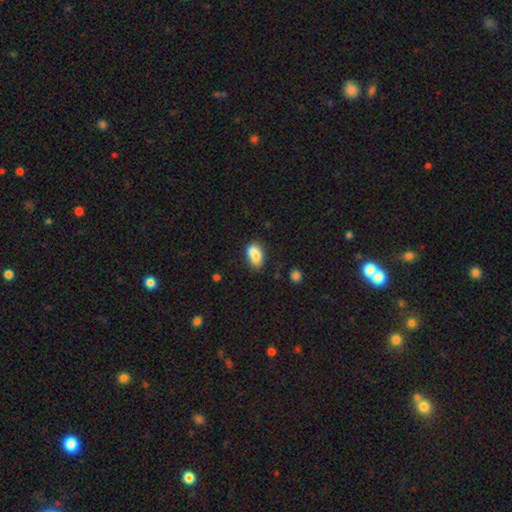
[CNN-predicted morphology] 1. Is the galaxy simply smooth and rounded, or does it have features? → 77% smooth, 15% featured or disk, 9% star or artifact.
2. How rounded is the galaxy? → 84% in between, 13% round, 3% cigar-shaped.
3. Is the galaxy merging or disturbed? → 41% none, 36% merger, 17% minor disturbance, 5% major disturbance.